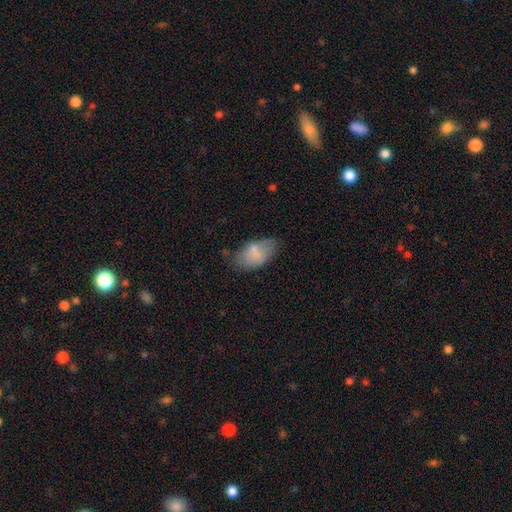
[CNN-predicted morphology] This is likely a smooth galaxy (74%). How rounded: clearly in between (93%). Merging: likely none (66%).